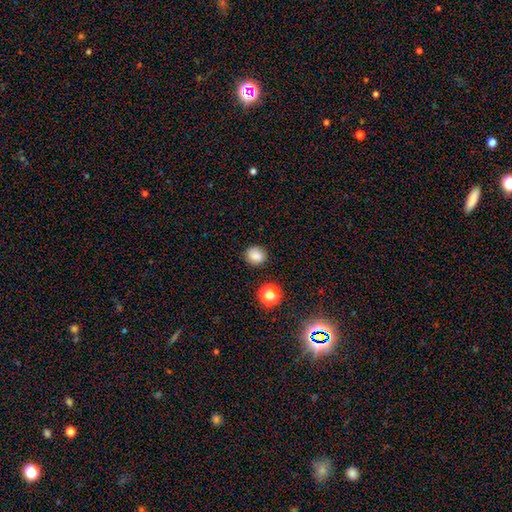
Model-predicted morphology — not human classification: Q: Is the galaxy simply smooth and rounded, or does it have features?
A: smooth — 81%.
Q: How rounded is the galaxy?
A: round — 78%.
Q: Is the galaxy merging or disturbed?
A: none — 82%.